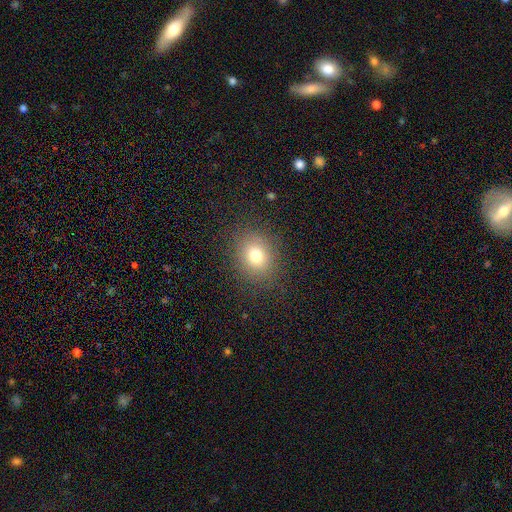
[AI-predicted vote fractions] Smooth or featured? smooth (74%)
How rounded? round (62%)
Merging? none (85%)